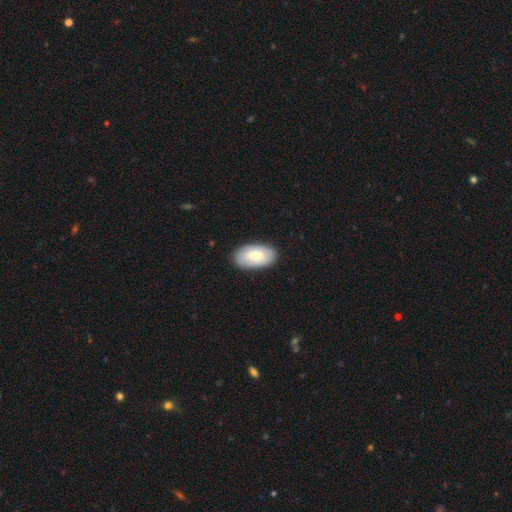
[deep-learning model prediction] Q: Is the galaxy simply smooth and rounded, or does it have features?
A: smooth — 67%.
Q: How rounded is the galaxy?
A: in between — 95%.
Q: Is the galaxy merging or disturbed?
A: none — 86%.